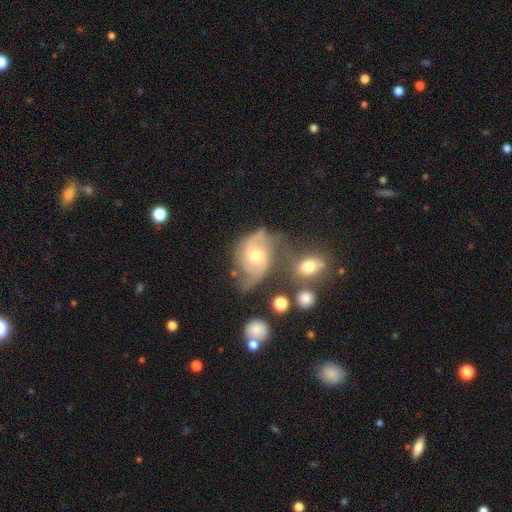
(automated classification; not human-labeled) Q: Smooth or featured?
A: featured or disk (81%); runner-up: smooth (12%)
Q: Edge-on disk?
A: no (97%); runner-up: yes (3%)
Q: Bar?
A: no (64%); runner-up: weak (31%)
Q: Spiral arms?
A: yes (94%); runner-up: no (6%)
Q: Spiral winding?
A: medium (49%); runner-up: loose (26%)
Q: Spiral arm count?
A: 2 (81%); runner-up: can't tell (8%)
Q: Bulge size?
A: moderate (71%); runner-up: small (22%)
Q: Merging?
A: none (46%); runner-up: minor disturbance (25%)